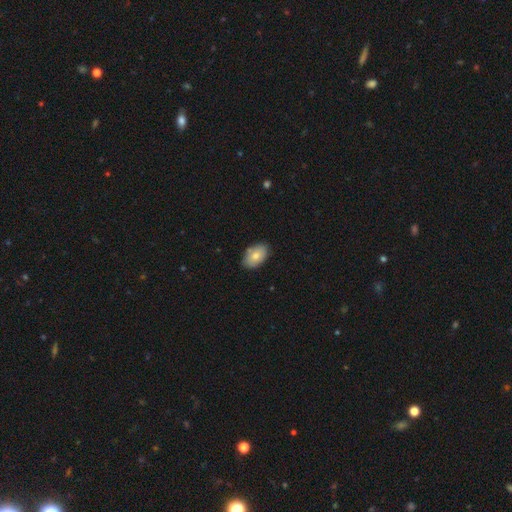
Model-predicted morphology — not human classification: Smooth or featured? smooth (78%)
How rounded? in between (92%)
Merging? none (82%)